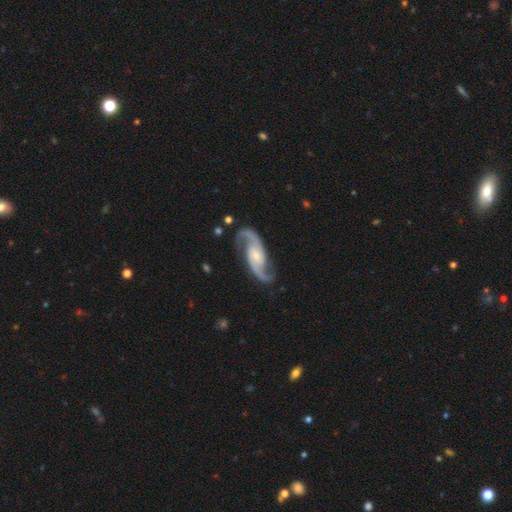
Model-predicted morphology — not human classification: smooth_or_featured: featured or disk (p=0.92) [alt: star or artifact p=0.04]
disk_edge_on: no (p=0.97) [alt: yes p=0.03]
bar: no (p=0.49) [alt: weak p=0.35]
has_spiral_arms: yes (p=0.98) [alt: no p=0.02]
spiral_winding: medium (p=0.54) [alt: loose p=0.32]
spiral_arm_count: 2 (p=0.94) [alt: can't tell p=0.01]
bulge_size: small (p=0.55) [alt: moderate p=0.31]
merging: none (p=0.82) [alt: minor disturbance p=0.12]